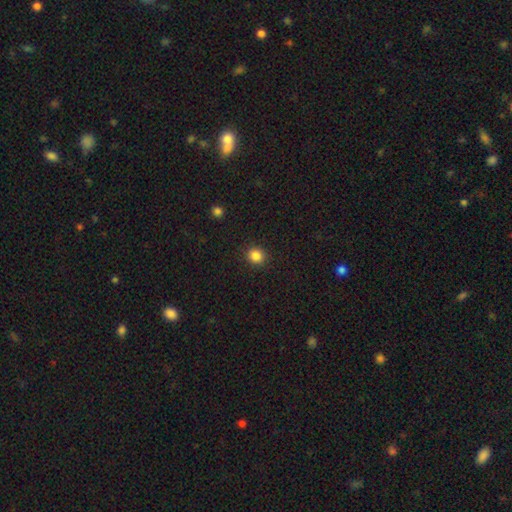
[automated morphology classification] This appears to be a smooth galaxy with no disk features (85%) that is round (85%). Merging: none (91%).